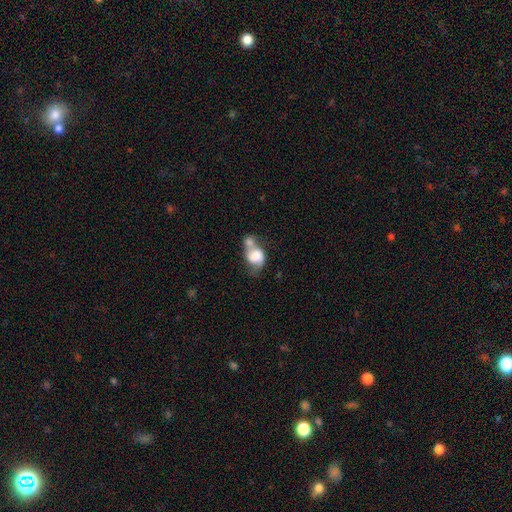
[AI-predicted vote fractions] This is likely a smooth galaxy (69%). How rounded: possibly in between (58%). Merging: likely merger (66%).